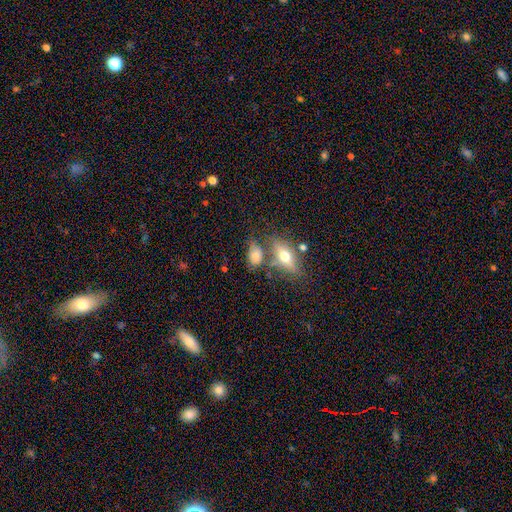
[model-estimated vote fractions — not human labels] This appears to be a smooth galaxy with no disk features (71%) that is in between round and cigar-shaped (83%). Merging: none (49%).